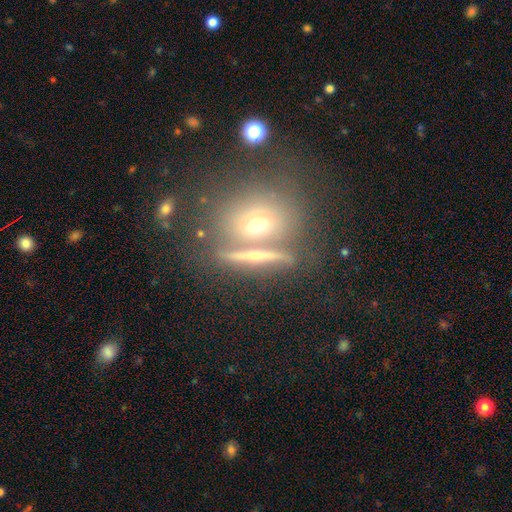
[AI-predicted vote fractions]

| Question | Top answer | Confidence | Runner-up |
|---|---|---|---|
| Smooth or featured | featured or disk | 50% | smooth (36%) |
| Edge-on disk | yes | 78% | no (22%) |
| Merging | none | 64% | merger (21%) |